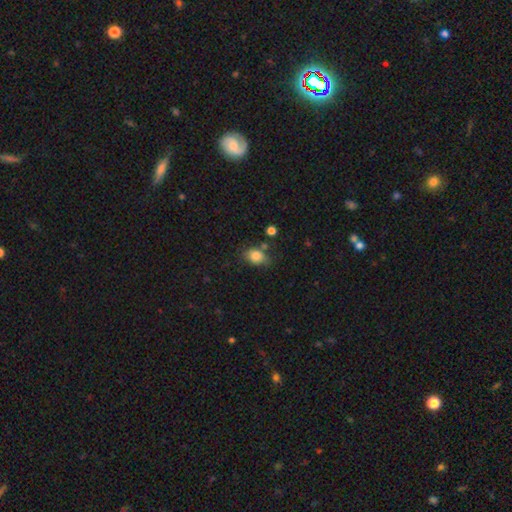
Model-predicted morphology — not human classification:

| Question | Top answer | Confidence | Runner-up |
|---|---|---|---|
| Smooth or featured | smooth | 81% | star or artifact (10%) |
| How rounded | in between | 59% | round (40%) |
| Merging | none | 60% | minor disturbance (24%) |